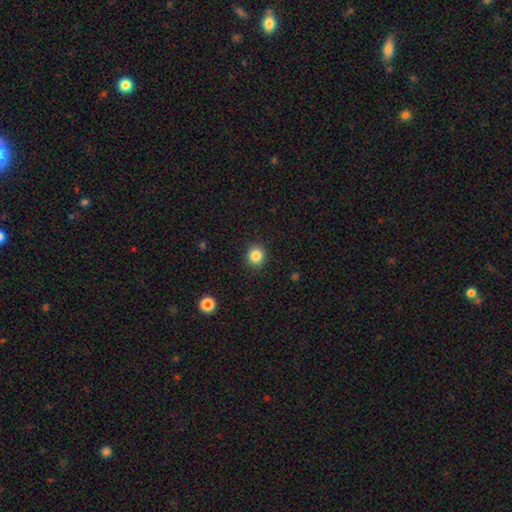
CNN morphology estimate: Smooth or featured? Predicted: smooth (p=0.85). How rounded? Predicted: round (p=0.89). Merging? Predicted: none (p=0.91).